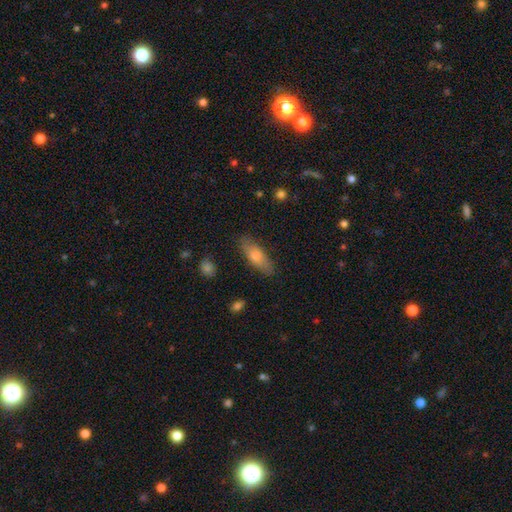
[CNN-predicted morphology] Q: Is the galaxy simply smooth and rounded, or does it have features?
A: smooth — 71%.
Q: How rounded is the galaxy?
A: in between — 57%.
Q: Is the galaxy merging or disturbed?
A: none — 82%.